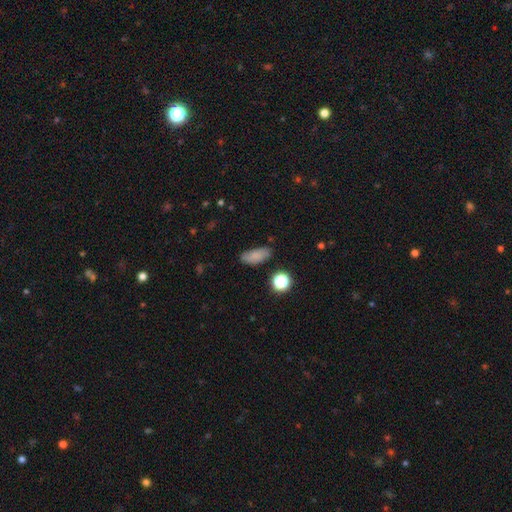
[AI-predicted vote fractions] smooth_or_featured: smooth (p=0.81) [alt: star or artifact p=0.12]
how_rounded: in between (p=0.82) [alt: cigar-shaped p=0.12]
merging: none (p=0.76) [alt: minor disturbance p=0.17]